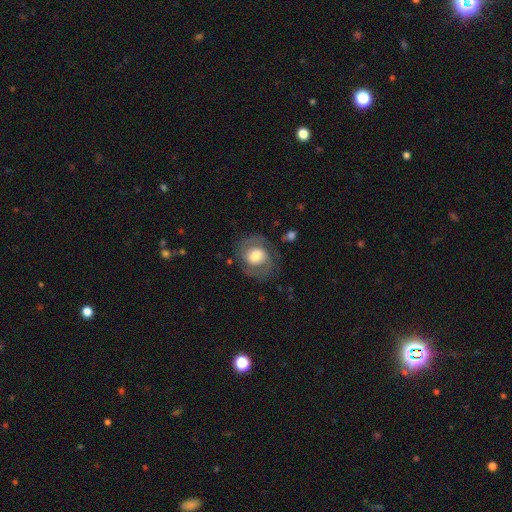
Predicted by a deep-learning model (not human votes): The model was most divided on "spiral winding" (2-way tie): medium: 43%, tight: 43%, loose: 14%. More confident: edge-on disk — no (97%); spiral arms — yes (82%); spiral arm count — 2 (74%); merging — none (72%); smooth or featured — featured or disk (67%); bar — no (53%); bulge size — moderate (52%).